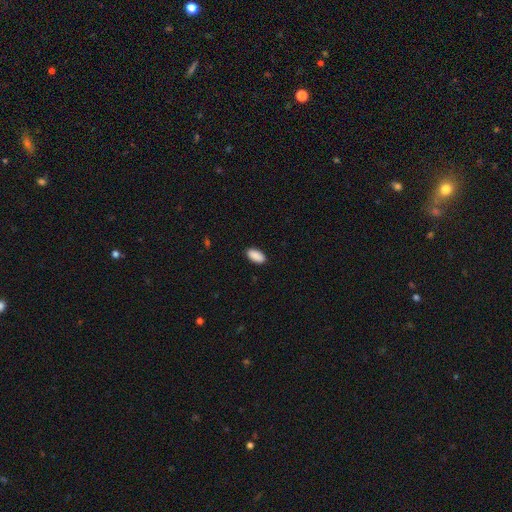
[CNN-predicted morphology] A smooth galaxy with no disk features (91%) that is in between round and cigar-shaped (94%).

Vote fractions:
- Smooth or featured? smooth: 91% / star or artifact: 6% / featured or disk: 2%
- How rounded? in between: 94% / cigar-shaped: 3% / round: 3%
- Merging? none: 89% / minor disturbance: 8% / major disturbance: 2% / merger: 1%